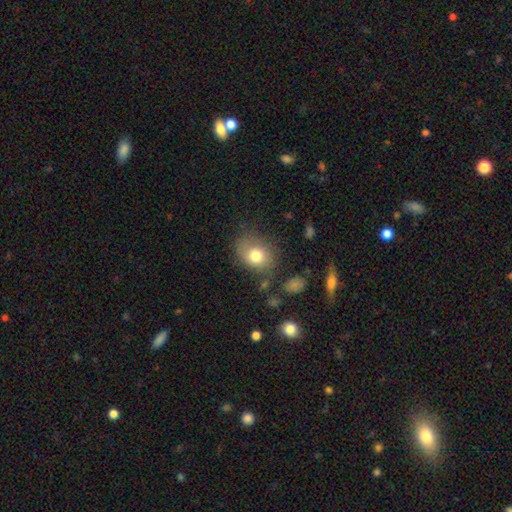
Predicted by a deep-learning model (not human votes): Smooth or featured? smooth (76%)
How rounded? in between (50%)
Merging? none (64%)